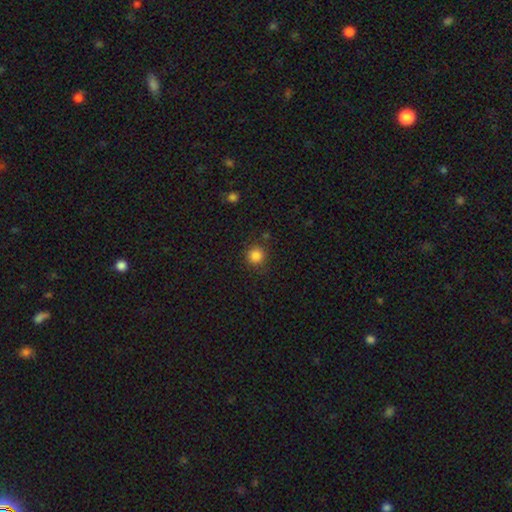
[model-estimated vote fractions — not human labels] A smooth galaxy with no disk features (85%) that is round (93%). Merging: none (86%).